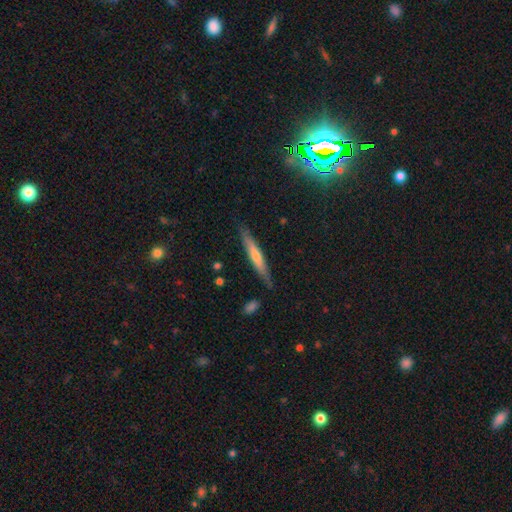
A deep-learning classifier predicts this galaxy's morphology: This is possibly a smooth galaxy (52%). How rounded: clearly cigar-shaped (94%). Merging: clearly none (85%).